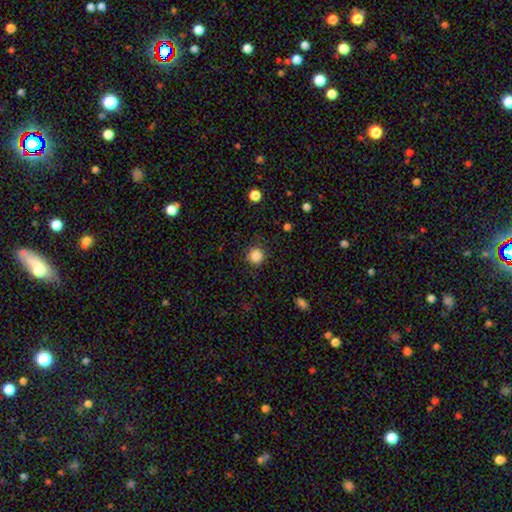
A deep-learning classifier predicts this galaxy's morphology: Smooth or featured? Predicted: smooth (p=0.86). How rounded? Predicted: round (p=0.94). Merging? Predicted: none (p=0.89).